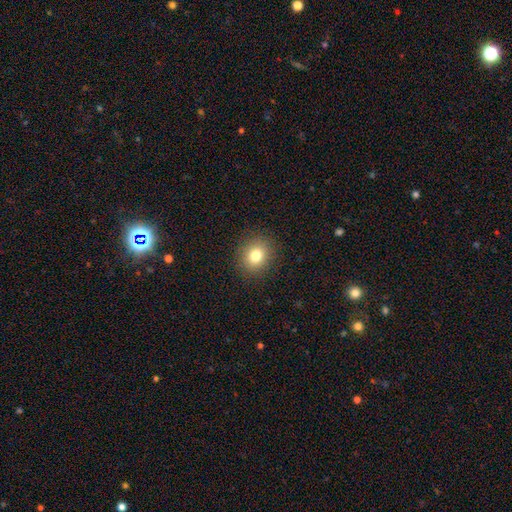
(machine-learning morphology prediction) This is clearly a smooth galaxy (80%). How rounded: likely round (75%). Merging: clearly none (90%).